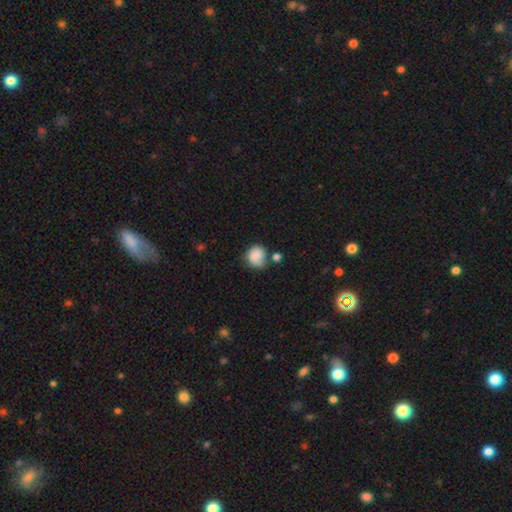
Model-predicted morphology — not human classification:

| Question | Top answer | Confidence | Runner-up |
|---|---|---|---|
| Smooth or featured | smooth | 74% | featured or disk (17%) |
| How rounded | round | 73% | in between (26%) |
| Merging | none | 44% | minor disturbance (28%) |